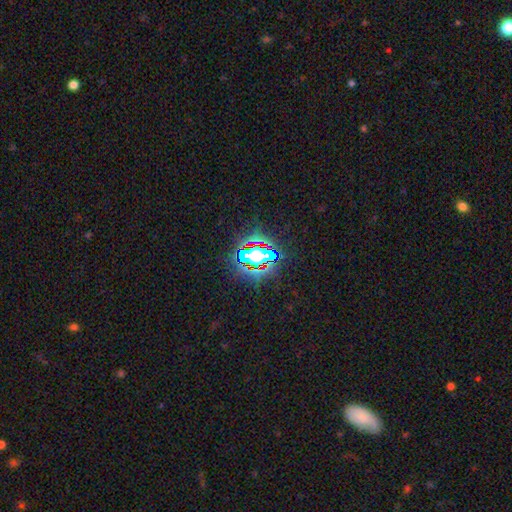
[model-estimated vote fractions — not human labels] Smooth or featured? Predicted: star or artifact (p=0.70).